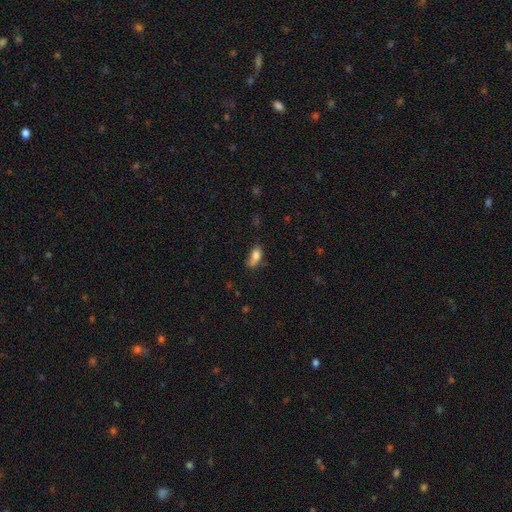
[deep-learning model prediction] A smooth galaxy with no disk features (75%) that is in between round and cigar-shaped (84%). Merging: none (36%).